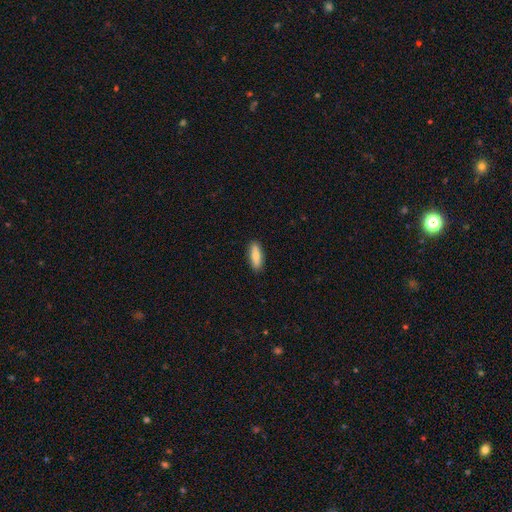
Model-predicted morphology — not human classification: The model was most divided on "how rounded": in between: 63%, cigar-shaped: 35%, round: 2%. More confident: merging — none (88%); smooth or featured — smooth (76%).